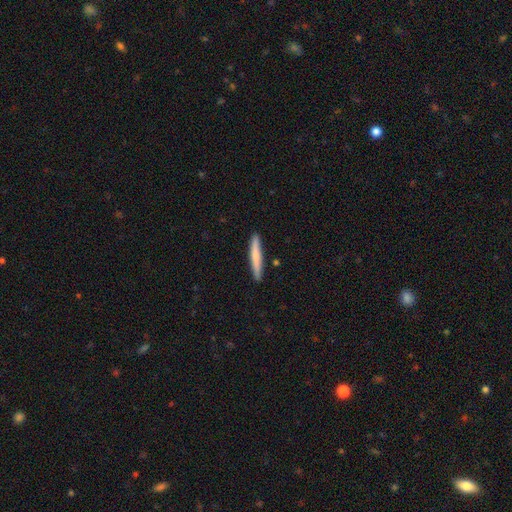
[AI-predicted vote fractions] smooth-or-featured: smooth: 72% | featured or disk: 23% | star or artifact: 5%
  how-rounded: cigar-shaped: 95% | in between: 4% | round: 1%
  merging: none: 89% | minor disturbance: 8% | merger: 2% | major disturbance: 2%